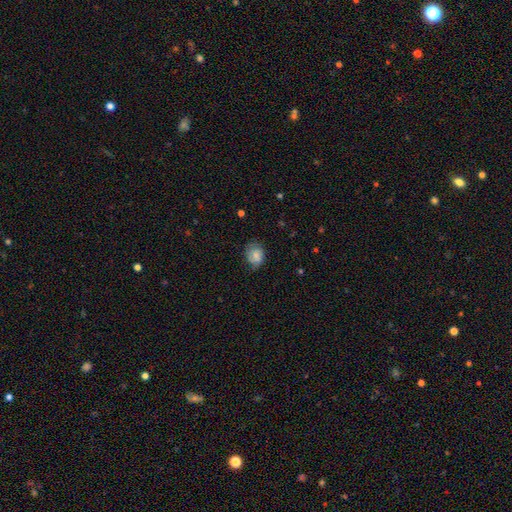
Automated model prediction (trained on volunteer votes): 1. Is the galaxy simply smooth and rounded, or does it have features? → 68% smooth, 24% featured or disk, 9% star or artifact.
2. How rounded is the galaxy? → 55% in between, 44% round, 1% cigar-shaped.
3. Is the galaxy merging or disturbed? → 64% none, 27% minor disturbance, 8% major disturbance, 1% merger.